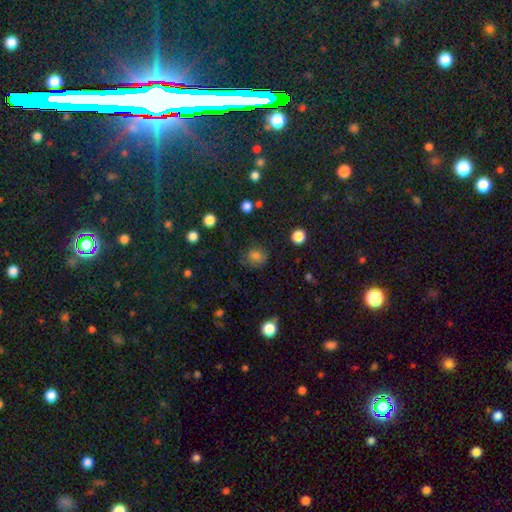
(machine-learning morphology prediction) type=smooth (76%); roundness=round (82%); merging=none (75%).